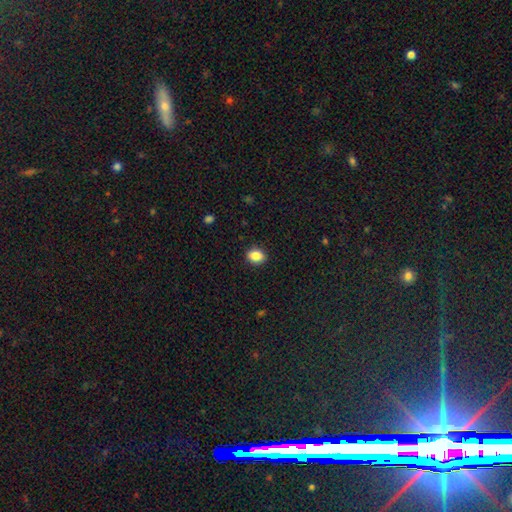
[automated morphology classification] type=smooth (87%); roundness=in between (56%); merging=none (90%).